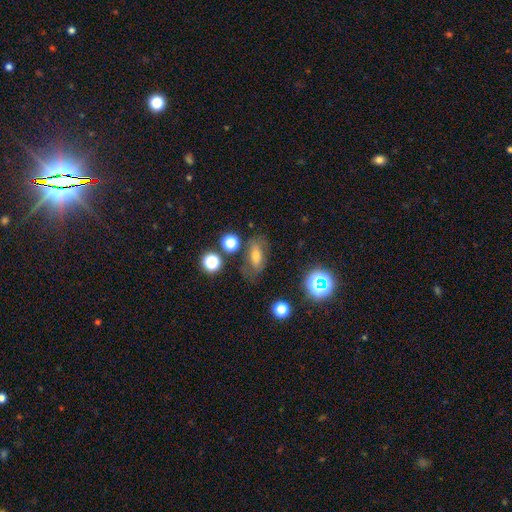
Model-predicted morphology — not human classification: Smooth or featured: smooth — 52% (featured or disk — 28%)
How rounded: in between — 77% (round — 13%)
Merging: none — 67% (minor disturbance — 18%)